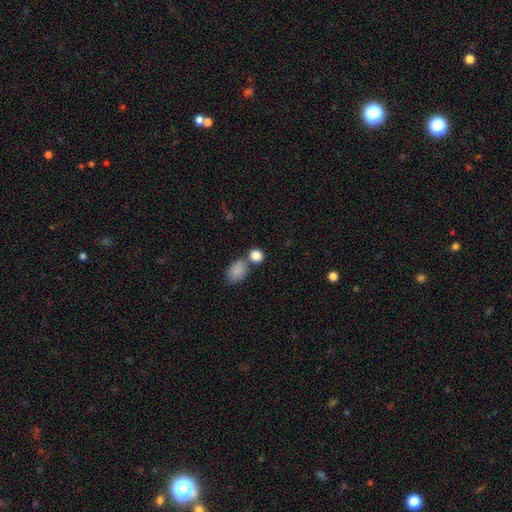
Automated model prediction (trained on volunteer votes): Smooth or featured? Predicted: smooth (p=0.85). How rounded? Predicted: round (p=0.66). Merging? Predicted: none (p=0.52).